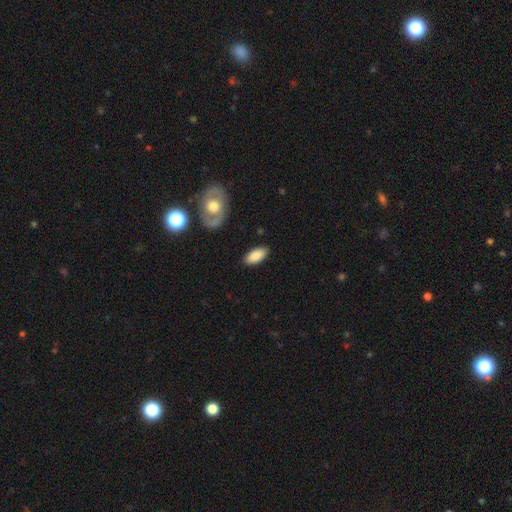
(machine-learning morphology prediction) type=smooth (84%); roundness=in between (90%); merging=none (86%).